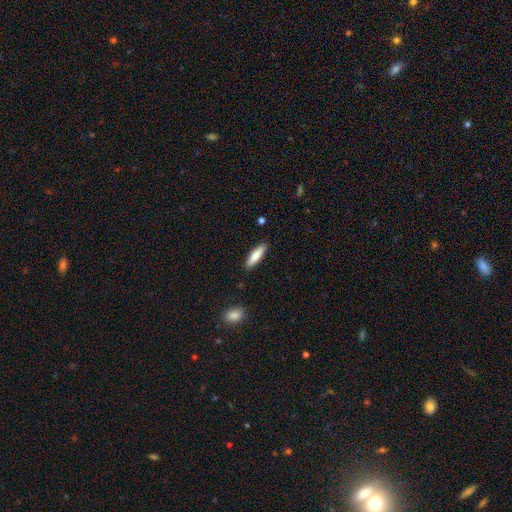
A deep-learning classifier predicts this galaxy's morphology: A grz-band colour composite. It shows a smooth galaxy with no disk features (77%) that is cigar-shaped (64%). Merging: none (89%).